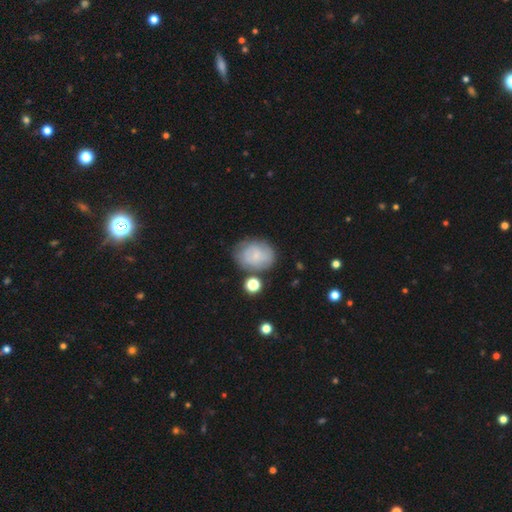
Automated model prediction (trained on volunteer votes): Overall: smooth (61%; featured or disk 30%). How rounded: in between (52%; round 47%). Merging: none (63%).